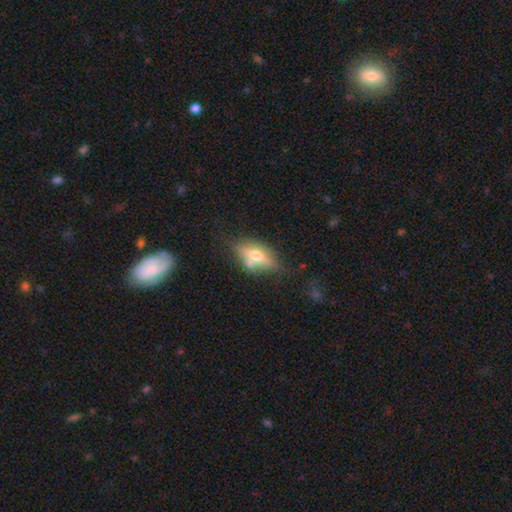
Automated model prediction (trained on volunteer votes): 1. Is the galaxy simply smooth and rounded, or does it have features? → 56% featured or disk, 36% smooth, 8% star or artifact.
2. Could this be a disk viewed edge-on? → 80% yes, 20% no.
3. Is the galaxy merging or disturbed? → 67% none, 16% minor disturbance, 10% merger, 7% major disturbance.